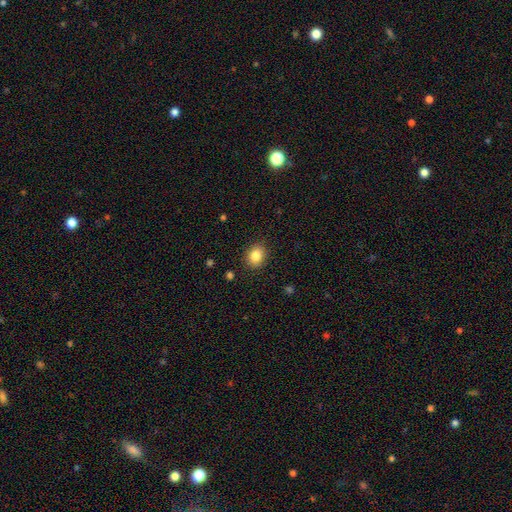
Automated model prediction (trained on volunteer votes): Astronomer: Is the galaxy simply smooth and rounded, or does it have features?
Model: smooth — 85%.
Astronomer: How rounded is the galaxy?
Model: round — 54% (runner-up: in between, 46%).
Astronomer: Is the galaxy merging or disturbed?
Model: none — 88%.